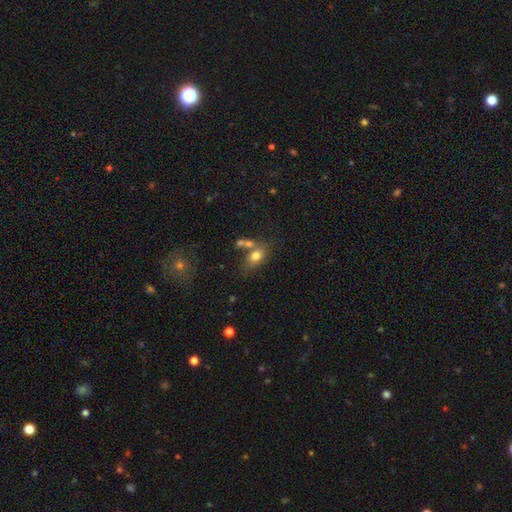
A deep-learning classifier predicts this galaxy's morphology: The model was most divided on "merging": none: 48%, merger: 30%, minor disturbance: 15%, major disturbance: 7%. More confident: smooth or featured — smooth (77%); how rounded — in between (76%).